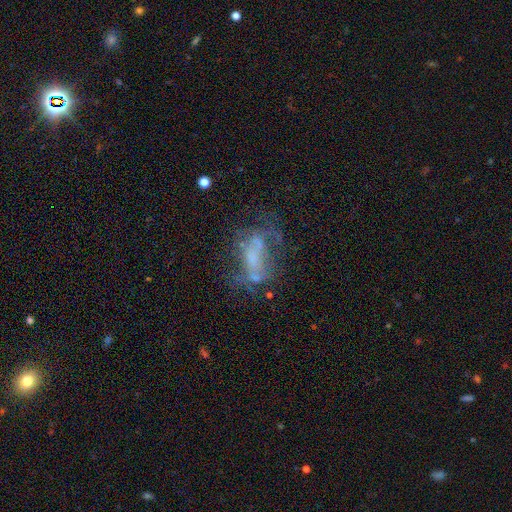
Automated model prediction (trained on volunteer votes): Q: Smooth or featured?
A: featured or disk (53%); runner-up: star or artifact (24%)
Q: Edge-on disk?
A: no (91%); runner-up: yes (9%)
Q: Merging?
A: none (45%); runner-up: major disturbance (28%)